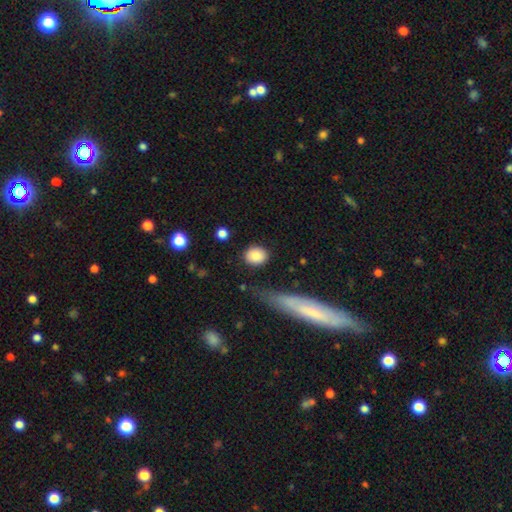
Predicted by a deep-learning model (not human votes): smooth_or_featured: smooth (p=0.85) [alt: star or artifact p=0.07]
how_rounded: round (p=0.73) [alt: in between p=0.25]
merging: none (p=0.83) [alt: minor disturbance p=0.10]